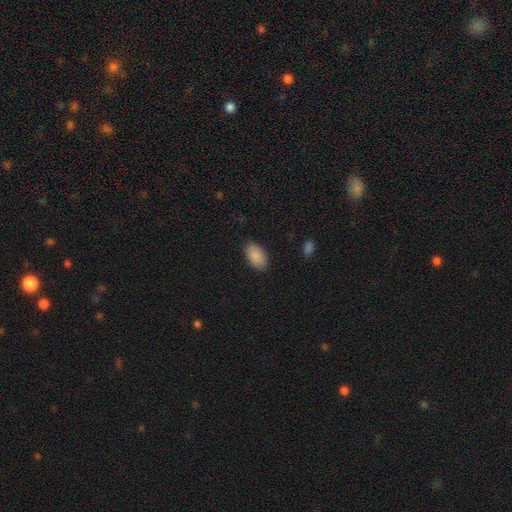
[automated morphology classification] The model was most divided on "merging": none: 87%, minor disturbance: 10%, major disturbance: 2%, merger: 1%. More confident: how rounded — in between (94%); smooth or featured — smooth (89%).